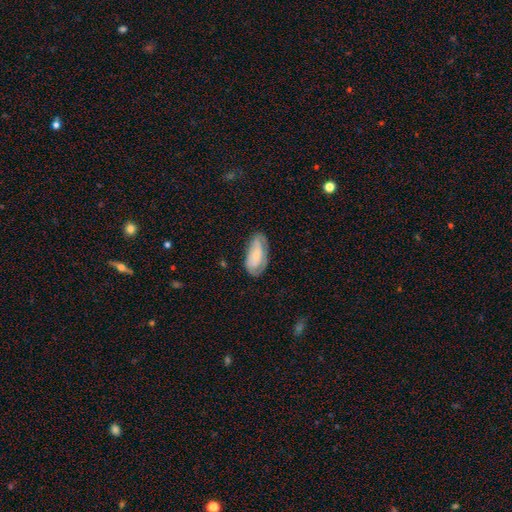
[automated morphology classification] type=featured or disk (49%); merging=none (64%).